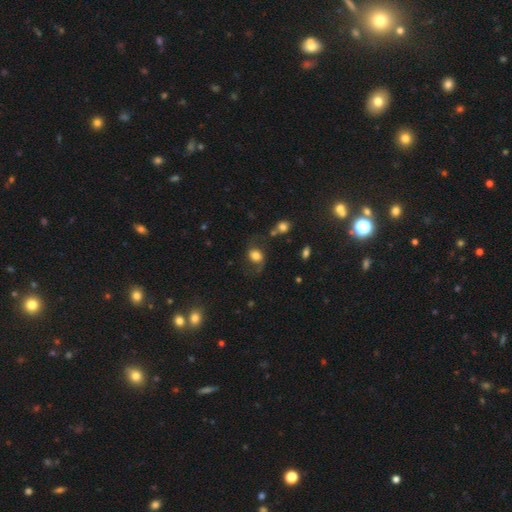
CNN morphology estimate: This appears to be a smooth galaxy with no disk features (56%) that is in between round and cigar-shaped (51%). Merging: none (56%).